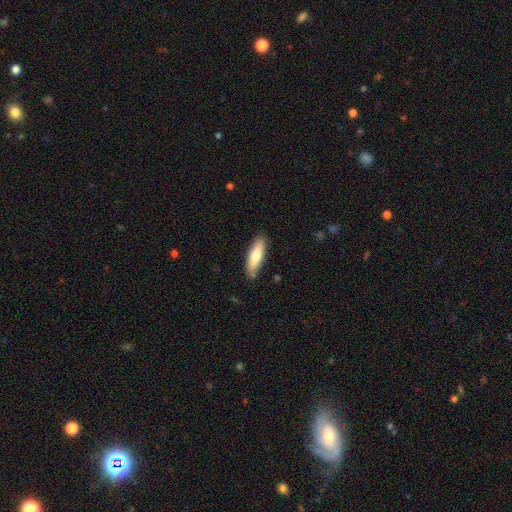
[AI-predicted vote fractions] smooth 72%, featured or disk 22%, star or artifact 6%. Down the decision tree: how rounded — in between (52%); merging — none (82%).